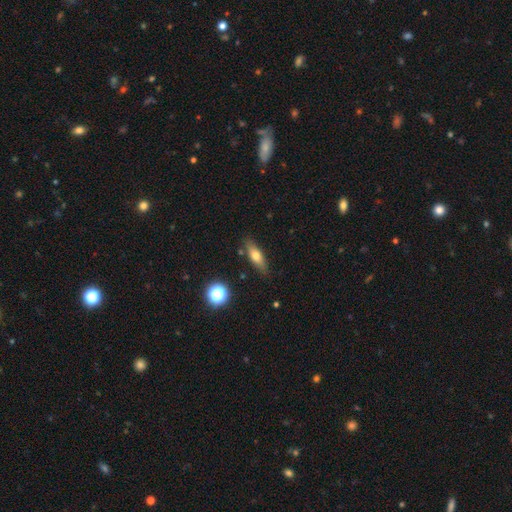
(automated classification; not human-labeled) This appears to be a smooth galaxy with no disk features (64%) that is in between round and cigar-shaped (55%). Merging: none (82%).